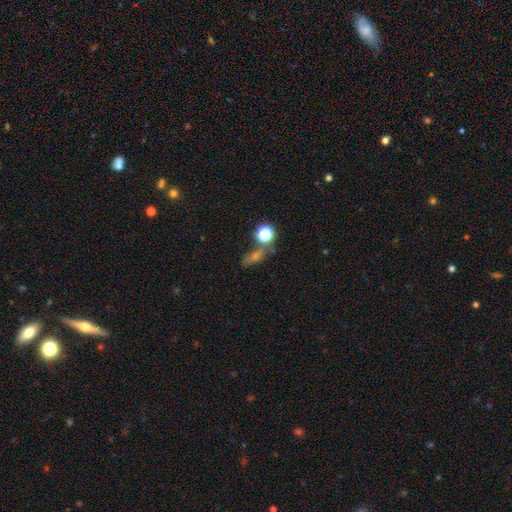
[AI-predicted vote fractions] Morphology: type=smooth (44%); merging=none (55%).